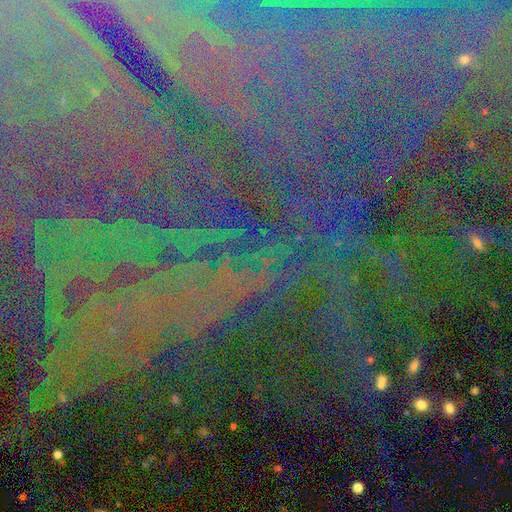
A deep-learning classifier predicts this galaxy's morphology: A star or artifact, not a galaxy (85%).

Vote fractions:
- Smooth or featured? star or artifact: 85% / featured or disk: 8% / smooth: 7%